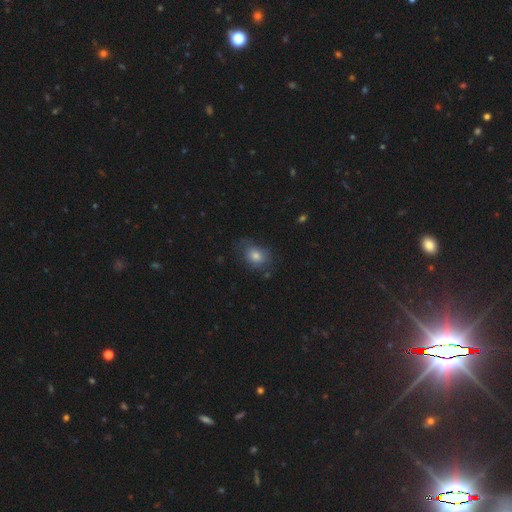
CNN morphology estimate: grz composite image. It shows a smooth galaxy with no disk features (71%) that is in between round and cigar-shaped (50%). Merging: none (64%).